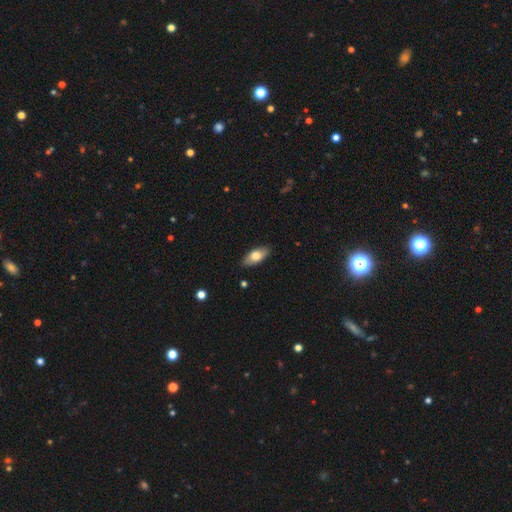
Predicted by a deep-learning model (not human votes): Smooth or featured?
  - smooth: 75% *
  - featured or disk: 19%
  - star or artifact: 6%
How rounded?
  - in between: 86% *
  - cigar-shaped: 11%
  - round: 3%
Merging?
  - none: 86% *
  - minor disturbance: 11%
  - major disturbance: 2%
  - merger: 1%